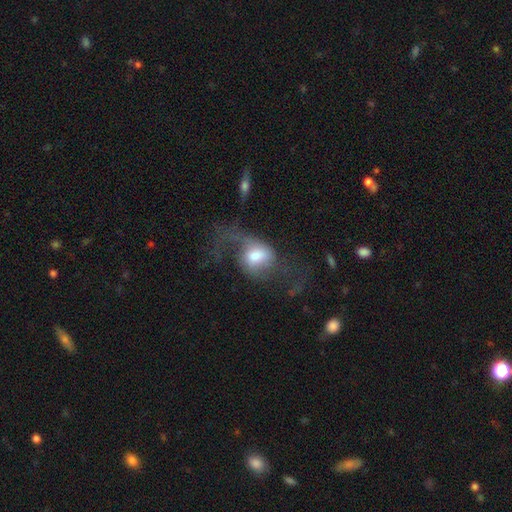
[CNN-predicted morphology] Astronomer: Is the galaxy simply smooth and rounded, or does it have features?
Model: featured or disk — 46%, tied with smooth at 46%.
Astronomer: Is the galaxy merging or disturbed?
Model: major disturbance — 53%.